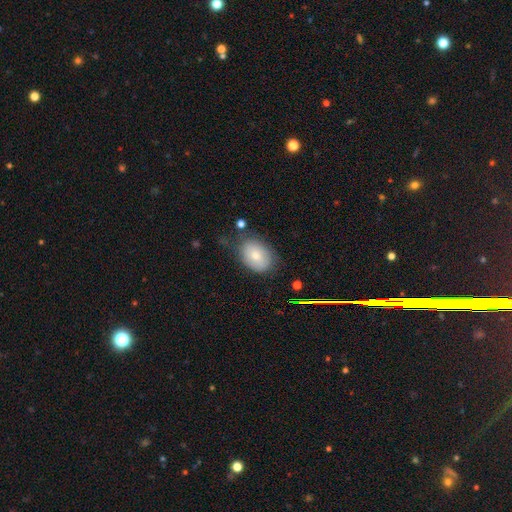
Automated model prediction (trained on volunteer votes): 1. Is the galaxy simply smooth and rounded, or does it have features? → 73% smooth, 19% featured or disk, 8% star or artifact.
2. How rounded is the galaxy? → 76% in between, 23% round, 1% cigar-shaped.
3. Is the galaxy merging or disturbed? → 65% none, 24% minor disturbance, 8% major disturbance, 3% merger.